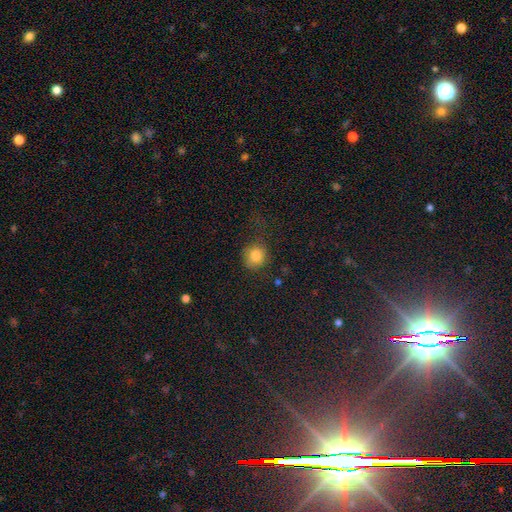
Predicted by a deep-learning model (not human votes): Smooth or featured: smooth — 83% (star or artifact — 11%)
How rounded: round — 87% (in between — 12%)
Merging: none — 68% (minor disturbance — 19%)